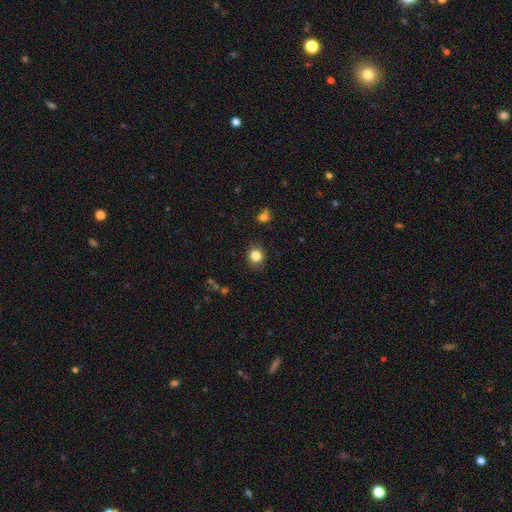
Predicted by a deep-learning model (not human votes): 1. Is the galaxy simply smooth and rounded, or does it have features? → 84% smooth, 11% star or artifact, 6% featured or disk.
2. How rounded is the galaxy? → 75% round, 24% in between, 1% cigar-shaped.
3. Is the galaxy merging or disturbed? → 85% none, 11% minor disturbance, 3% major disturbance, 2% merger.